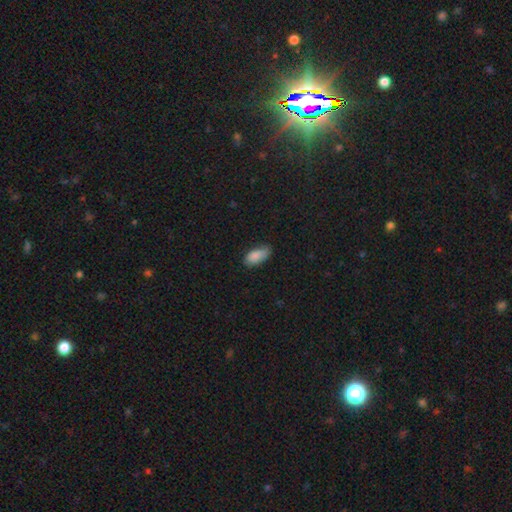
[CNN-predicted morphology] smooth_or_featured: smooth (p=0.86) [alt: star or artifact p=0.07]
how_rounded: in between (p=0.88) [alt: cigar-shaped p=0.10]
merging: none (p=0.67) [alt: minor disturbance p=0.27]